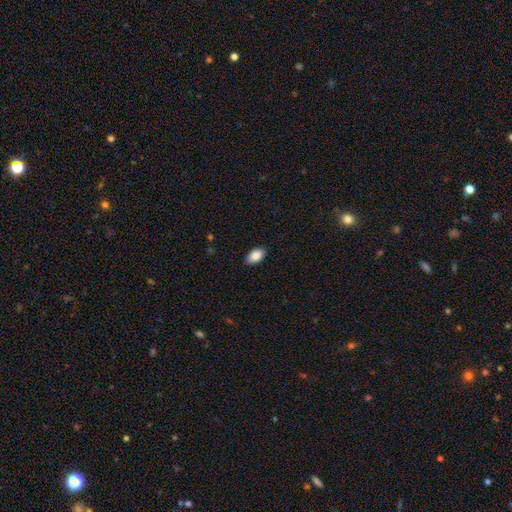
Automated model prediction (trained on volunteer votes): A smooth galaxy with no disk features (88%) that is in between round and cigar-shaped (94%).

Vote fractions:
- Smooth or featured? smooth: 88% / star or artifact: 7% / featured or disk: 5%
- How rounded? in between: 94% / round: 5% / cigar-shaped: 2%
- Merging? none: 88% / minor disturbance: 10% / major disturbance: 2% / merger: 1%